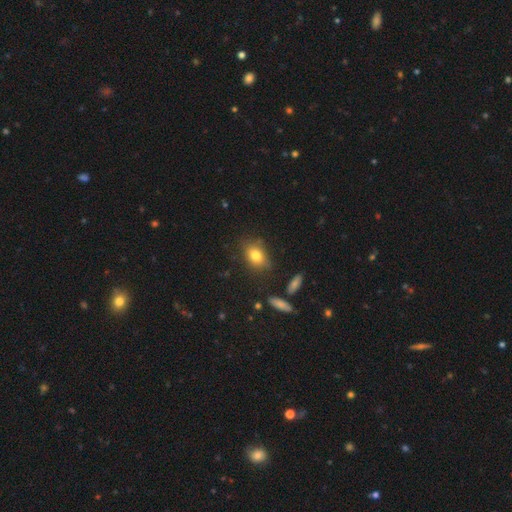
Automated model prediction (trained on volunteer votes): smooth_or_featured: smooth (p=0.79) [alt: featured or disk p=0.11]
how_rounded: in between (p=0.66) [alt: round p=0.33]
merging: none (p=0.77) [alt: minor disturbance p=0.15]